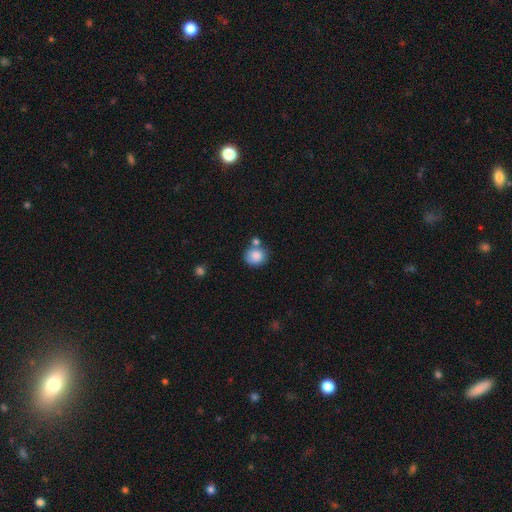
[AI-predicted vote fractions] Morphology: type=smooth (84%); roundness=round (80%); merging=none (59%).